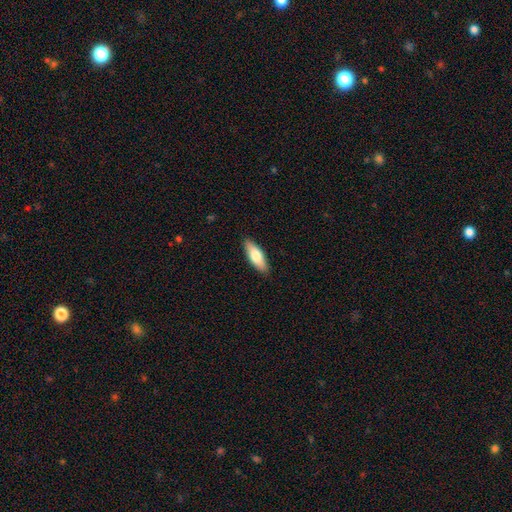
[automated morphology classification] This appears to be a smooth galaxy with no disk features (73%) that is in between round and cigar-shaped (59%). Merging: none (89%).